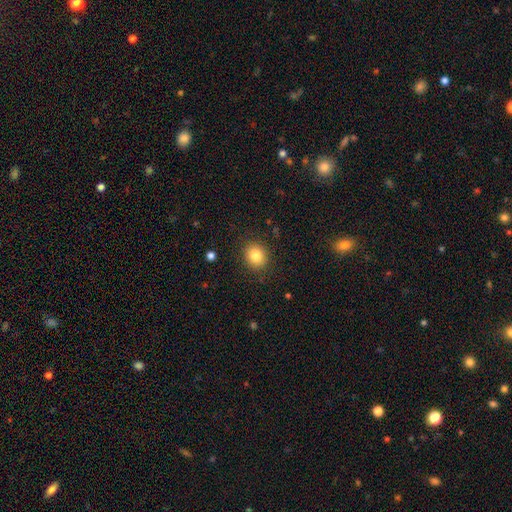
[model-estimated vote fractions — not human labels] smooth 83%, star or artifact 10%, featured or disk 7%. Down the decision tree: how rounded — round (73%); merging — none (88%).